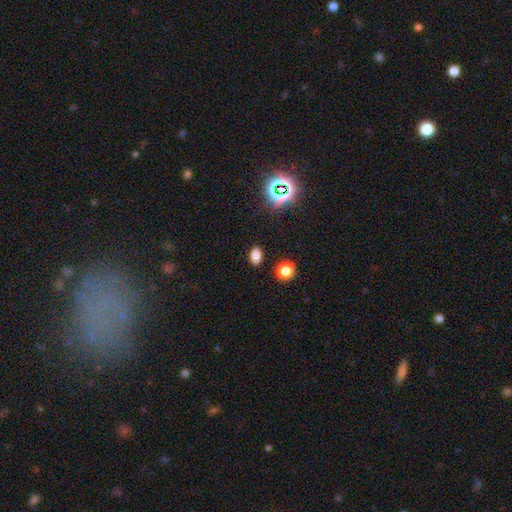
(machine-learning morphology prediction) This is likely a smooth galaxy (78%). How rounded: clearly in between (84%). Merging: clearly none (88%).